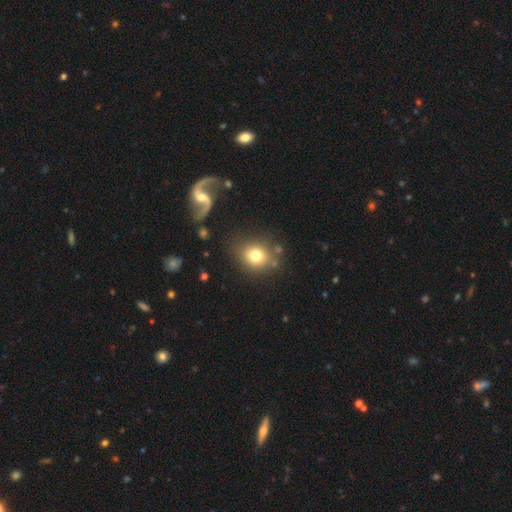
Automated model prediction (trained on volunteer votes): smooth_or_featured: smooth (p=0.76) [alt: featured or disk p=0.13]
how_rounded: round (p=0.71) [alt: in between p=0.28]
merging: none (p=0.77) [alt: minor disturbance p=0.12]